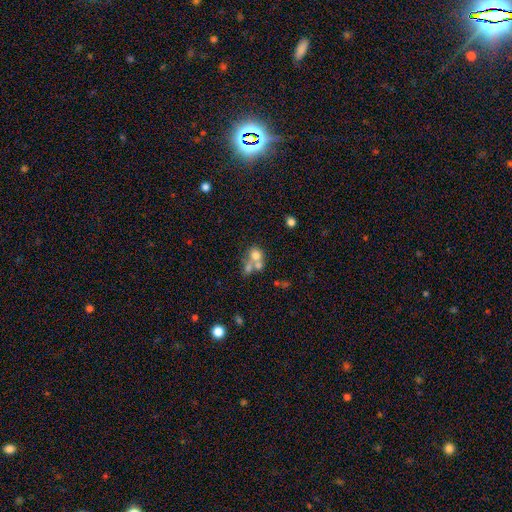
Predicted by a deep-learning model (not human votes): Overall: smooth (57%; featured or disk 24%). How rounded: round (73%). Merging: merger (54%; none 33%).